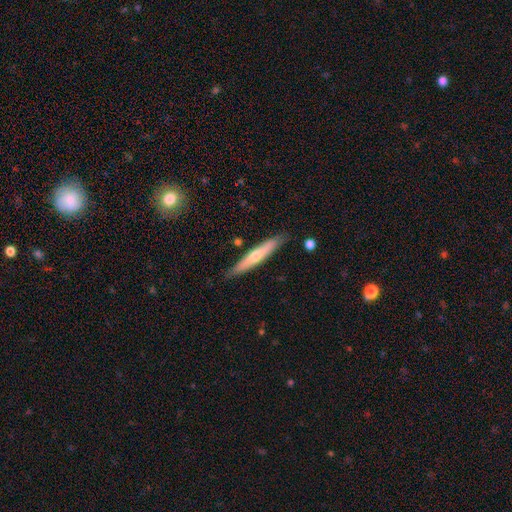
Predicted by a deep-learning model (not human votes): Q: Smooth or featured?
A: smooth (49%); runner-up: featured or disk (46%)
Q: Merging?
A: none (85%); runner-up: minor disturbance (11%)